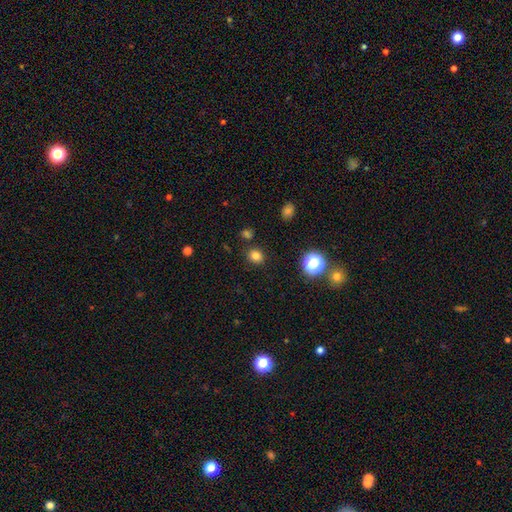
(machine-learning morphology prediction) A smooth galaxy with no disk features (79%) that is round (77%).

Vote fractions:
- Smooth or featured? smooth: 79% / star or artifact: 16% / featured or disk: 5%
- How rounded? round: 77% / in between: 22% / cigar-shaped: 1%
- Merging? none: 87% / minor disturbance: 8% / merger: 3% / major disturbance: 2%